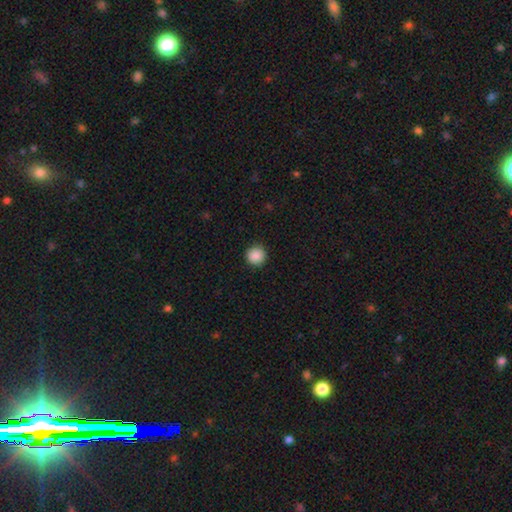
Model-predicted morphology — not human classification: Q: Smooth or featured?
A: smooth (89%); runner-up: star or artifact (9%)
Q: How rounded?
A: round (95%); runner-up: in between (4%)
Q: Merging?
A: none (92%); runner-up: minor disturbance (5%)